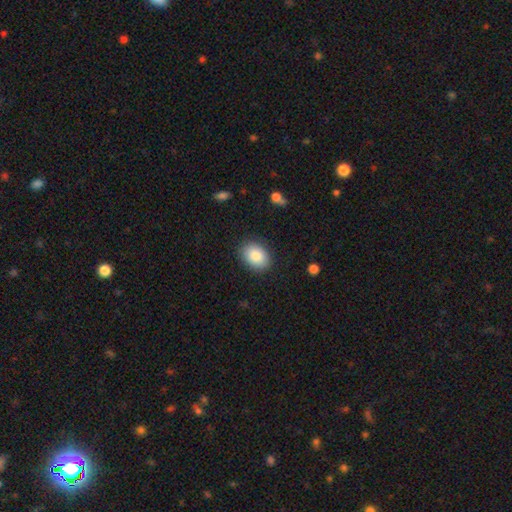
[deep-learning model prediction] This appears to be a smooth galaxy with no disk features (85%) that is in between round and cigar-shaped (73%). Merging: none (87%).